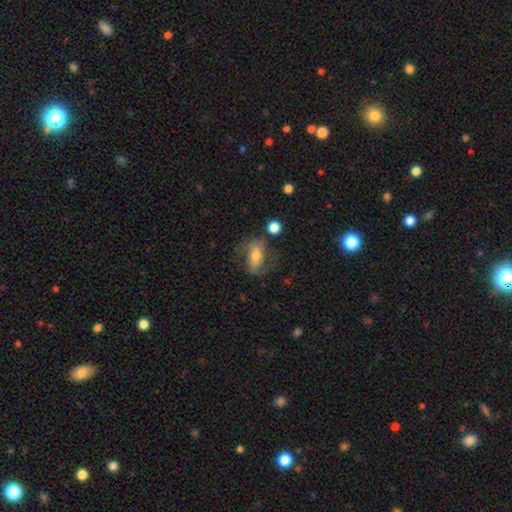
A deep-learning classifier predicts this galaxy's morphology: A featured or disk galaxy (50%).

Vote fractions:
- Smooth or featured? featured or disk: 50% / smooth: 42% / star or artifact: 8%
- Merging? none: 56% / minor disturbance: 21% / major disturbance: 17% / merger: 5%